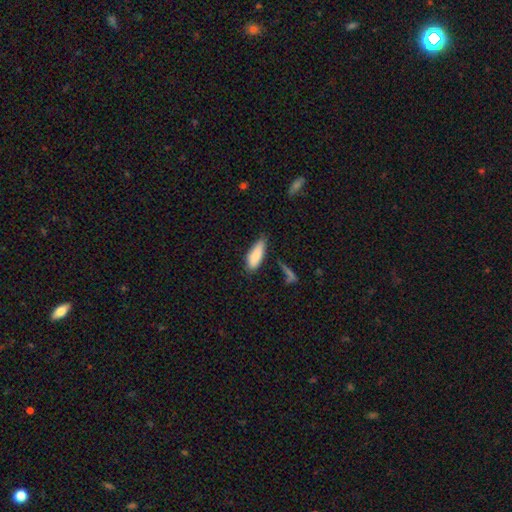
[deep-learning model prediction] Overall: smooth (85%). How rounded: in between (71%). Merging: none (63%; minor disturbance 26%).